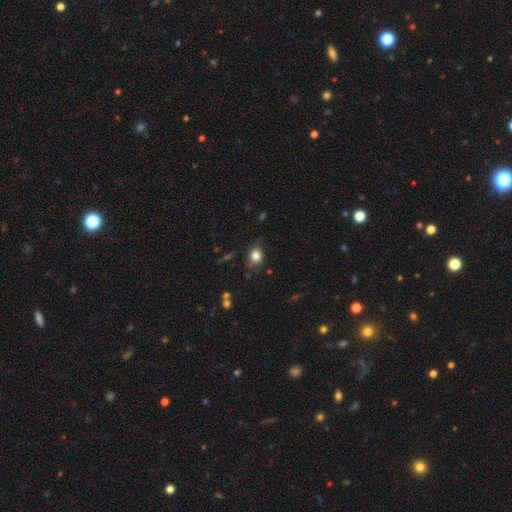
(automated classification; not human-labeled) Morphology: type=smooth (81%); roundness=round (56%); merging=none (70%).